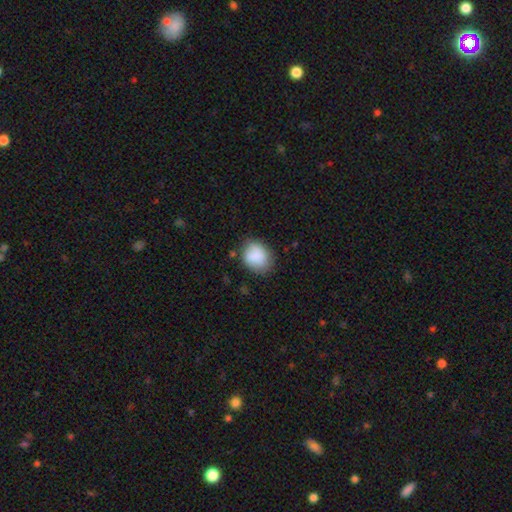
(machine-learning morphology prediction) Overall: smooth (86%). How rounded: round (54%; in between 45%). Merging: none (72%).